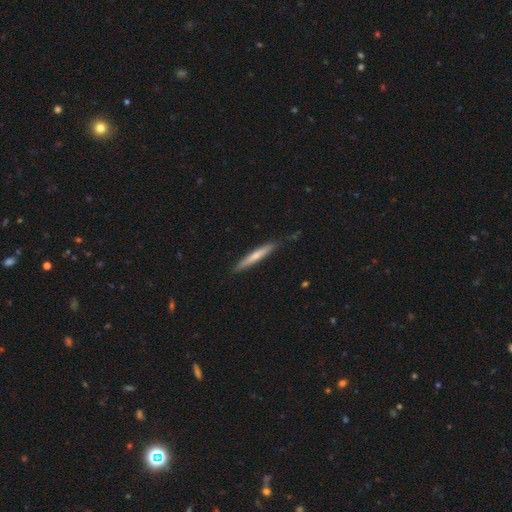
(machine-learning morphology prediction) Overall: smooth (59%; featured or disk 35%). How rounded: cigar-shaped (95%). Merging: none (85%).